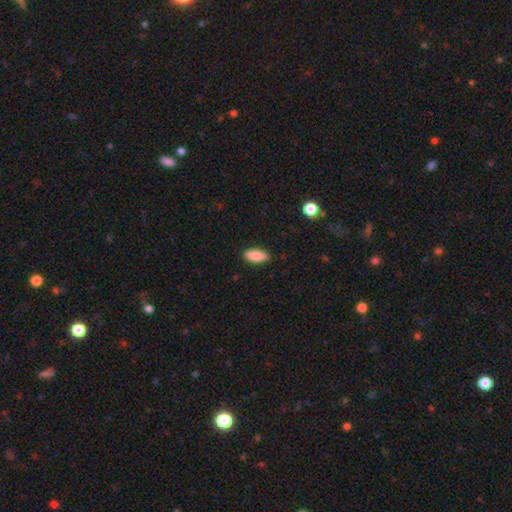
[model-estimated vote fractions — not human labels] Morphology: type=smooth (88%); roundness=in between (86%); merging=none (88%).